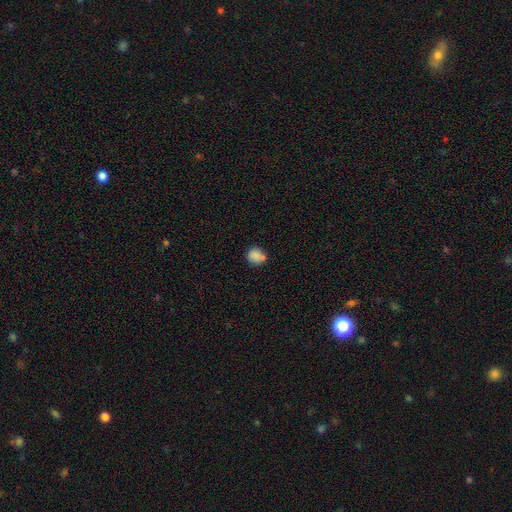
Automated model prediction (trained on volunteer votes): Smooth or featured? smooth (83%)
How rounded? round (77%)
Merging? none (58%)